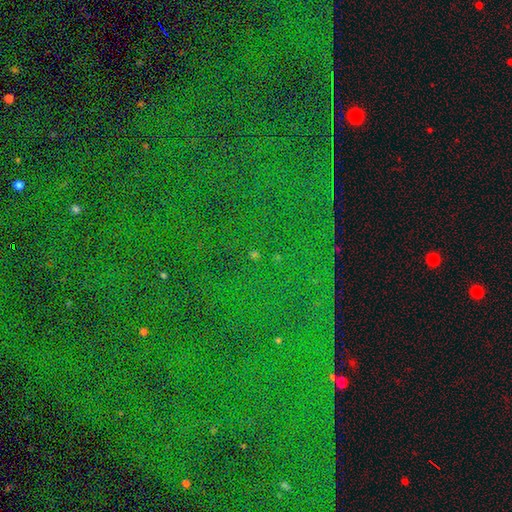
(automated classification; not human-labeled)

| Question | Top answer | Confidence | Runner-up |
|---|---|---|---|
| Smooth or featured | star or artifact | 84% | smooth (8%) |